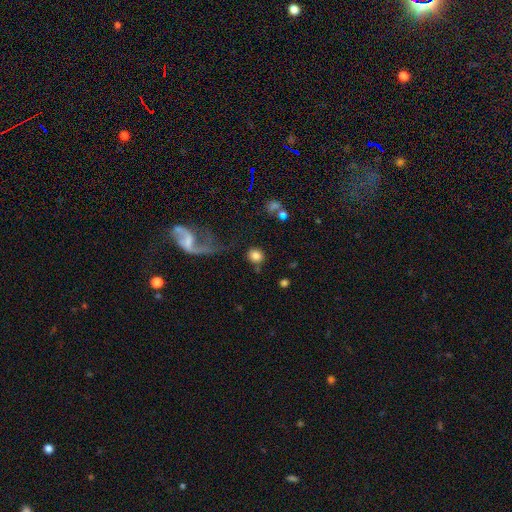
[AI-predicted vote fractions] Smooth or featured? Predicted: smooth (p=0.80). How rounded? Predicted: round (p=0.85). Merging? Predicted: none (p=0.76).